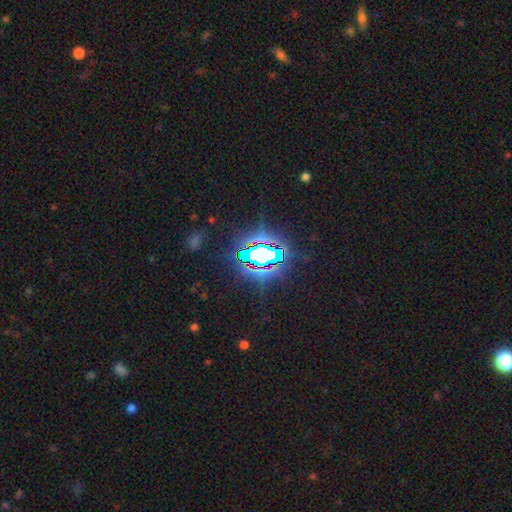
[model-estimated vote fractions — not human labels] Smooth or featured? star or artifact (74%)